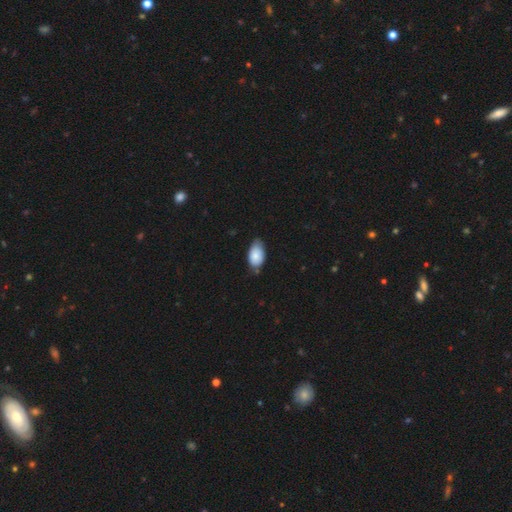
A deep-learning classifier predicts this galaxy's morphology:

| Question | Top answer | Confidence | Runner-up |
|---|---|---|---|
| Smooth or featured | smooth | 84% | featured or disk (10%) |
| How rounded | in between | 93% | round (6%) |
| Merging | none | 59% | minor disturbance (35%) |